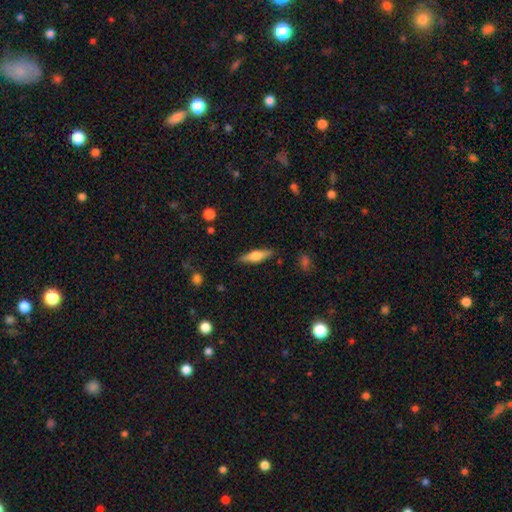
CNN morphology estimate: Smooth or featured: featured or disk — 50% (smooth — 44%)
Merging: none — 87% (minor disturbance — 9%)